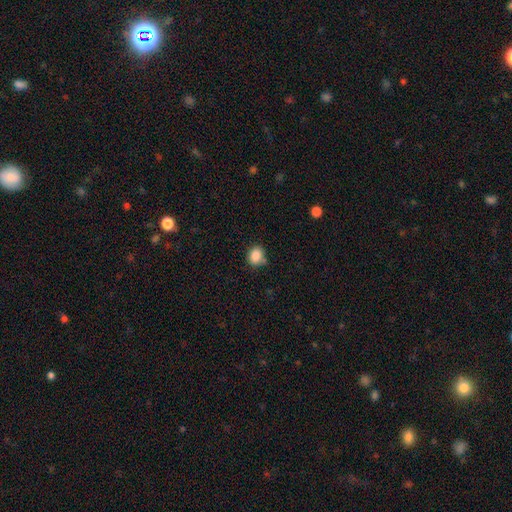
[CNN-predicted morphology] This is clearly a smooth galaxy (86%). How rounded: possibly round (56%). Merging: likely none (73%).